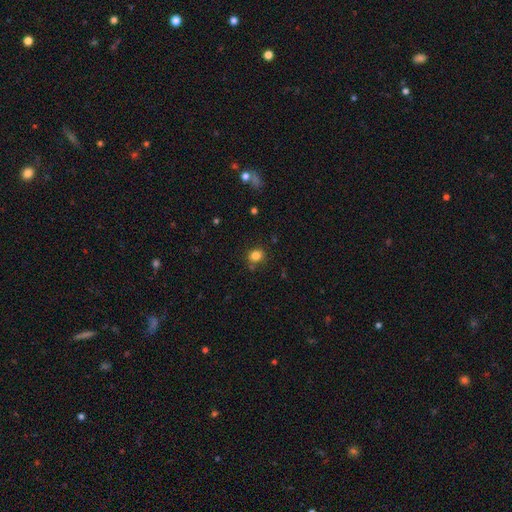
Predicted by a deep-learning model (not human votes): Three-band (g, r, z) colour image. It shows a smooth galaxy with no disk features (82%) that is round (79%). Merging: none (81%).